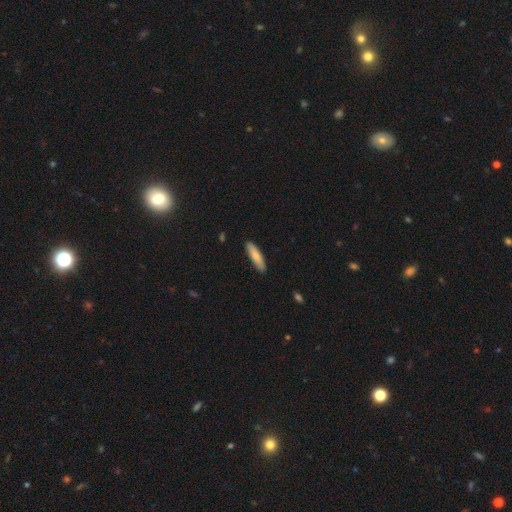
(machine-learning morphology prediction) This is likely a smooth galaxy (80%). How rounded: likely cigar-shaped (74%). Merging: clearly none (89%).